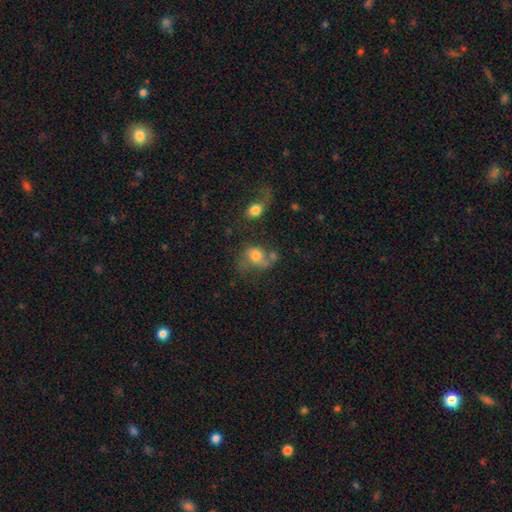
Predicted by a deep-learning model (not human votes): smooth-or-featured: smooth: 61% | featured or disk: 27% | star or artifact: 12%
  how-rounded: round: 51% | in between: 47% | cigar-shaped: 1%
  merging: none: 31% | major disturbance: 26% | merger: 24% | minor disturbance: 20%